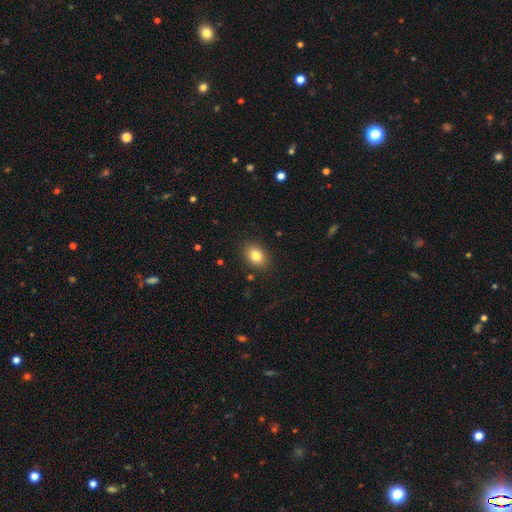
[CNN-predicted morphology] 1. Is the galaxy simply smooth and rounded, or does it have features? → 83% smooth, 9% star or artifact, 8% featured or disk.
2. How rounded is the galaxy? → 73% in between, 26% round, 1% cigar-shaped.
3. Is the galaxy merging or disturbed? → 87% none, 9% minor disturbance, 2% major disturbance, 1% merger.